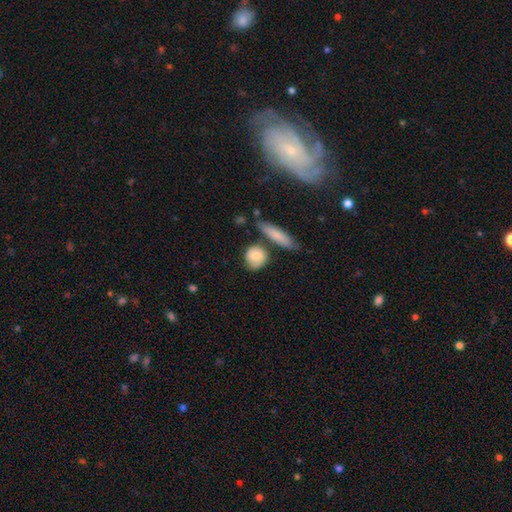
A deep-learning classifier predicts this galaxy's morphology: Smooth or featured: smooth — 79% (featured or disk — 15%)
How rounded: round — 70% (in between — 24%)
Merging: none — 68% (minor disturbance — 16%)